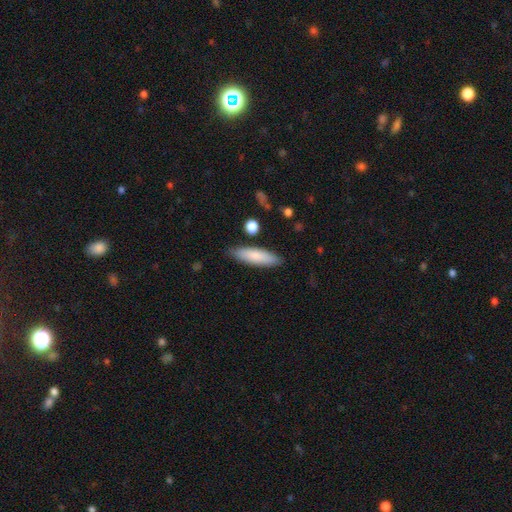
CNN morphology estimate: A smooth galaxy with no disk features (80%) that is cigar-shaped (66%).

Vote fractions:
- Smooth or featured? smooth: 80% / featured or disk: 14% / star or artifact: 6%
- How rounded? cigar-shaped: 66% / in between: 33% / round: 2%
- Merging? none: 85% / minor disturbance: 10% / merger: 2% / major disturbance: 2%